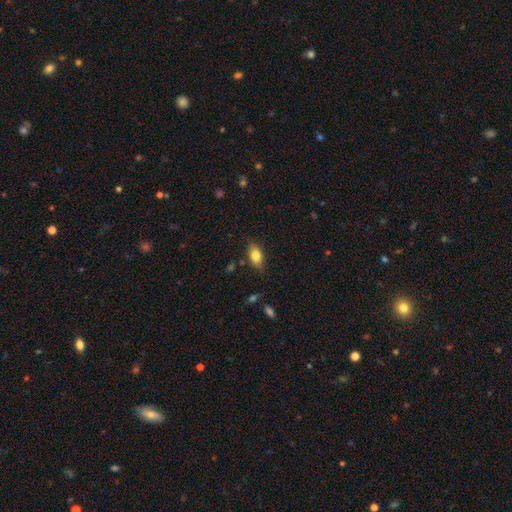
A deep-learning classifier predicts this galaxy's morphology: Smooth or featured? Predicted: smooth (p=0.79). How rounded? Predicted: in between (p=0.85). Merging? Predicted: none (p=0.79).